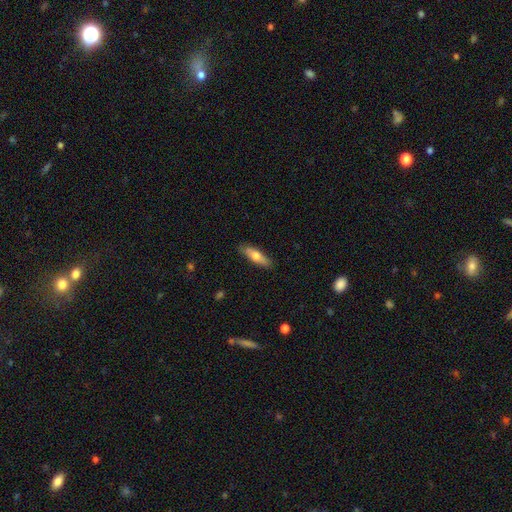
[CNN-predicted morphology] Smooth or featured? smooth (64%)
How rounded? cigar-shaped (56%)
Merging? none (85%)